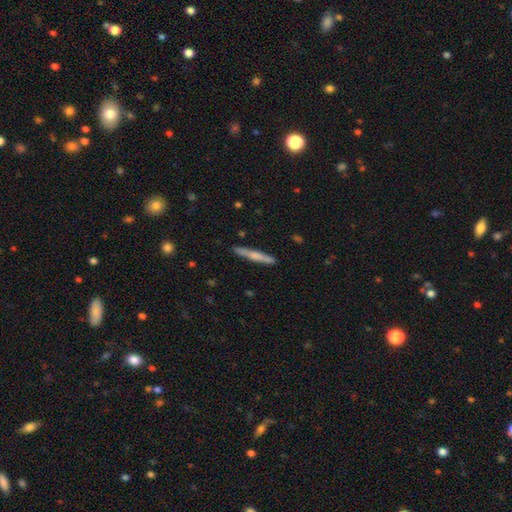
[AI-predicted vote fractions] smooth 53%, featured or disk 41%, star or artifact 6%. Down the decision tree: how rounded — cigar-shaped (96%); merging — none (90%).